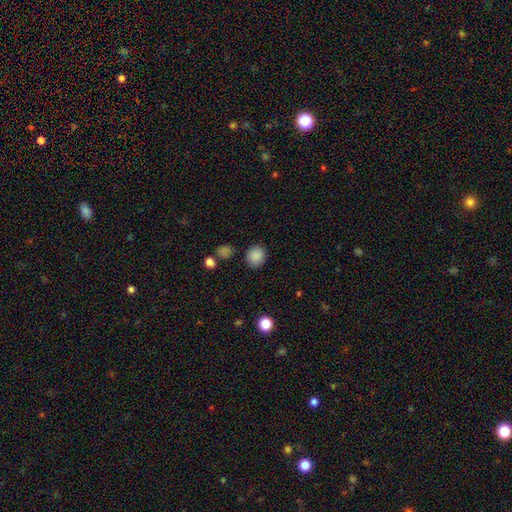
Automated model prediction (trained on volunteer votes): This appears to be a smooth galaxy with no disk features (87%) that is round (77%). Merging: none (86%).